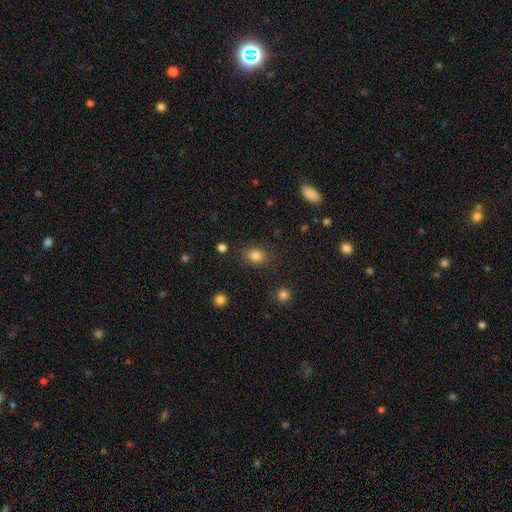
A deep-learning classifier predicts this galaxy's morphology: This appears to be a smooth galaxy with no disk features (82%) that is round (51%). Merging: none (85%).